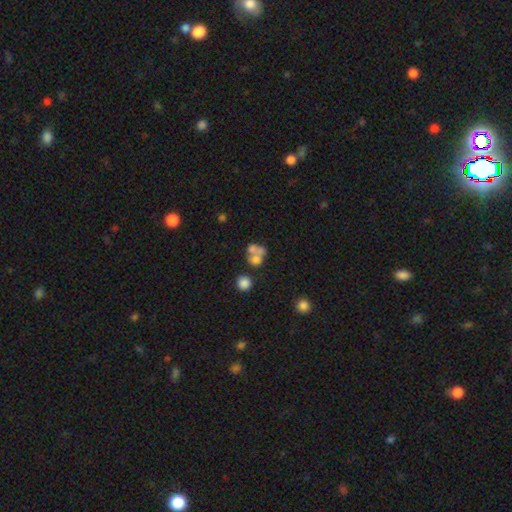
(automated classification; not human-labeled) Smooth or featured? Predicted: smooth (p=0.61). How rounded? Predicted: round (p=0.53). Merging? Predicted: merger (p=0.58).